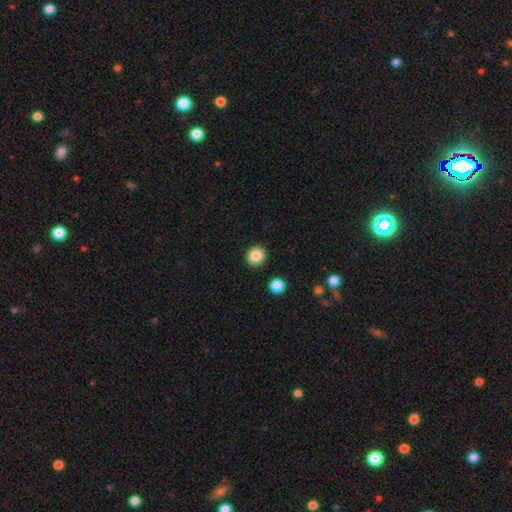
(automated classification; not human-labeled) Smooth or featured? Predicted: smooth (p=0.85). How rounded? Predicted: round (p=0.87). Merging? Predicted: none (p=0.91).